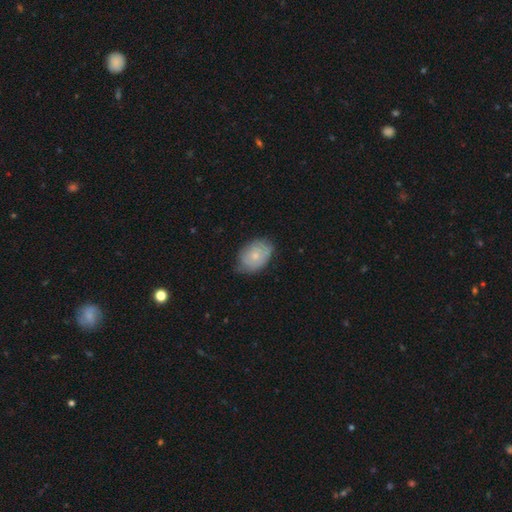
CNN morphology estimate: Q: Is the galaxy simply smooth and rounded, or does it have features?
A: smooth — 62%.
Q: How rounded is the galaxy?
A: in between — 81%.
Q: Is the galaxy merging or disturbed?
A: none — 63%.